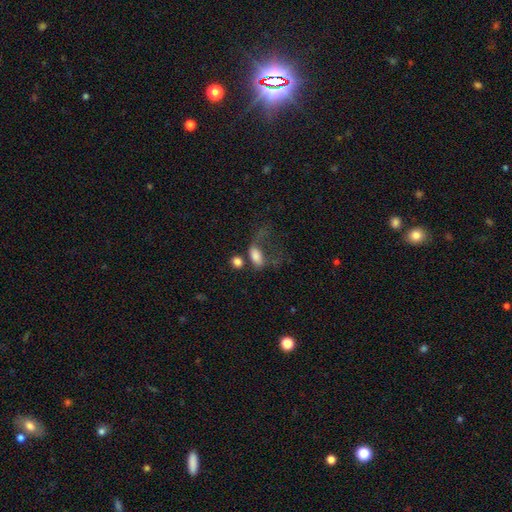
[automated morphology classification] Smooth or featured: smooth — 76% (featured or disk — 14%)
How rounded: in between — 86% (round — 11%)
Merging: major disturbance — 38% (merger — 25%)